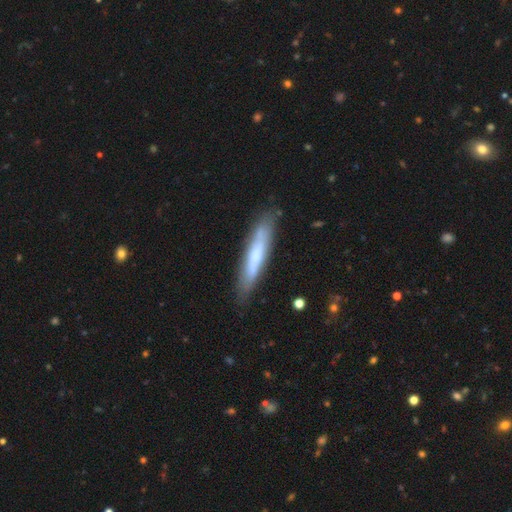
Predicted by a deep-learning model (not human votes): Smooth or featured: smooth — 57% (featured or disk — 37%)
How rounded: cigar-shaped — 89% (in between — 10%)
Merging: none — 82% (minor disturbance — 13%)